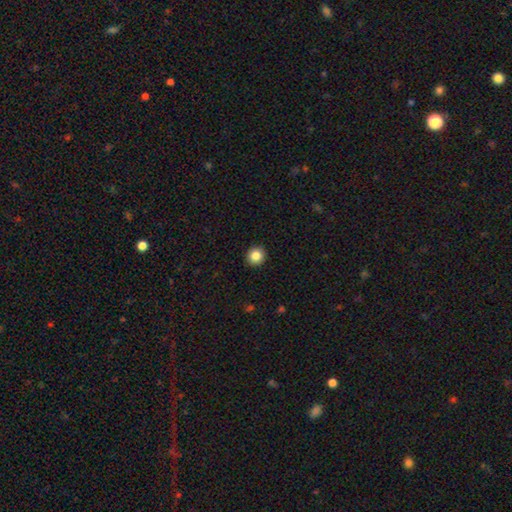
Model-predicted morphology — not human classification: Smooth or featured? Predicted: smooth (p=0.85). How rounded? Predicted: round (p=0.90). Merging? Predicted: none (p=0.93).